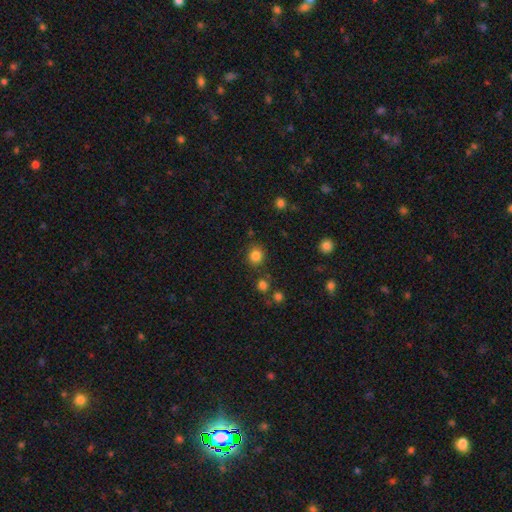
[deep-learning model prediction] smooth-or-featured: smooth: 83% | star or artifact: 12% | featured or disk: 4%
  how-rounded: round: 85% | in between: 14% | cigar-shaped: 1%
  merging: none: 83% | minor disturbance: 9% | merger: 4% | major disturbance: 3%